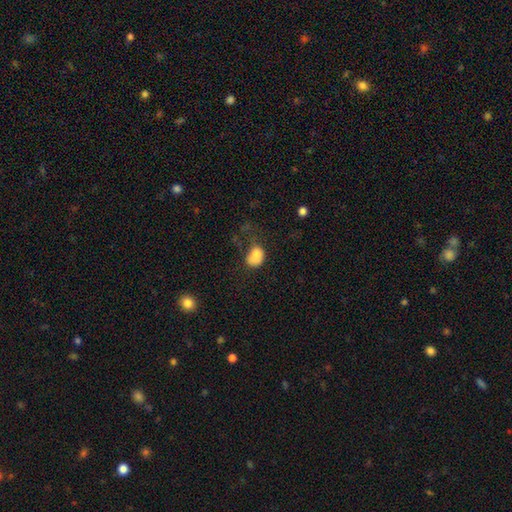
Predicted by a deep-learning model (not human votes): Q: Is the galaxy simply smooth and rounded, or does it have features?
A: smooth — 82%.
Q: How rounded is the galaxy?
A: in between — 68%.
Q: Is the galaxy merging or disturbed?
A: none — 36%.